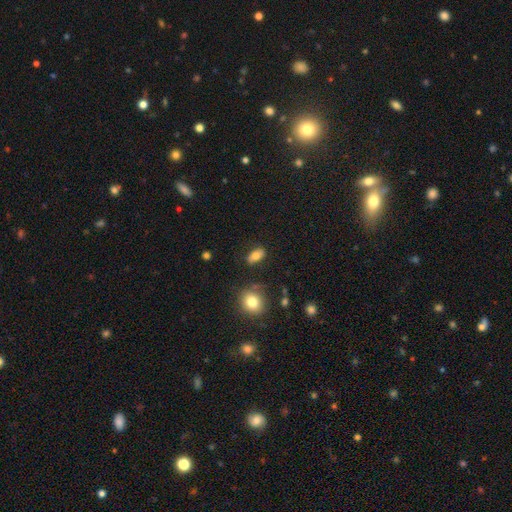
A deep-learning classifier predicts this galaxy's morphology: This is likely a smooth galaxy (76%). How rounded: clearly in between (86%). Merging: likely none (79%).